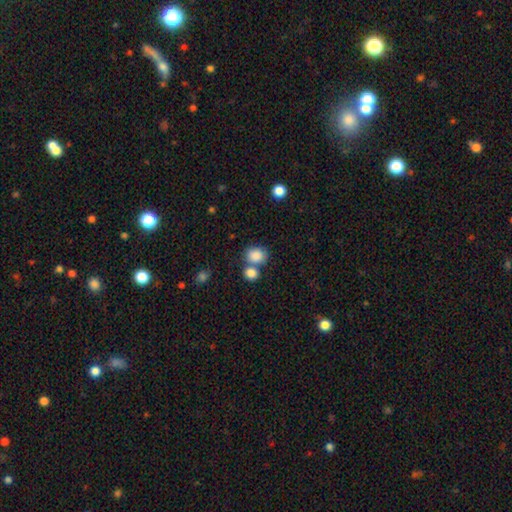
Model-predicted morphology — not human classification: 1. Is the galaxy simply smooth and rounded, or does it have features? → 86% smooth, 9% star or artifact, 5% featured or disk.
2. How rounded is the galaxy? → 59% round, 40% in between, 1% cigar-shaped.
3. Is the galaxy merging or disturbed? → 51% none, 35% merger, 10% minor disturbance, 4% major disturbance.